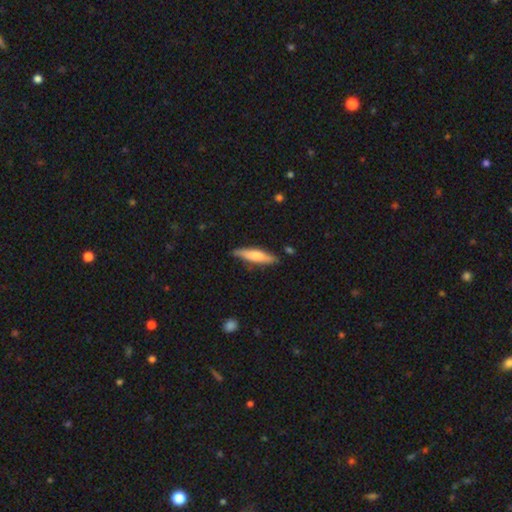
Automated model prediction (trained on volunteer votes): This is likely a smooth galaxy (63%). How rounded: clearly cigar-shaped (80%). Merging: clearly none (84%).